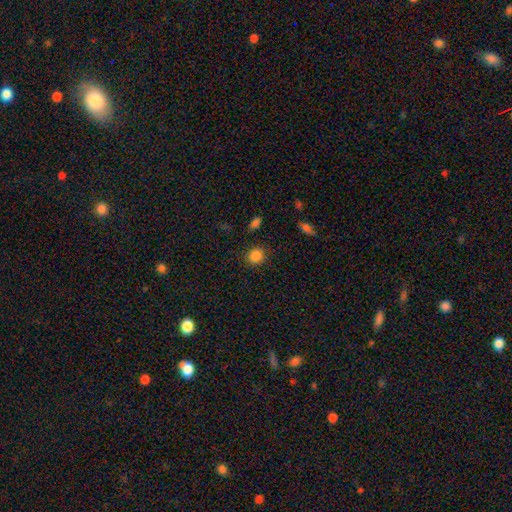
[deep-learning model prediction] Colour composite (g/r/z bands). It shows a smooth galaxy with no disk features (85%) that is round (81%). Merging: none (85%).